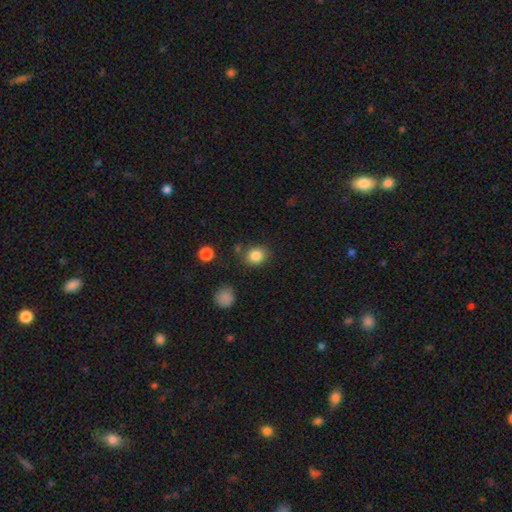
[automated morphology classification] smooth_or_featured: smooth (p=0.84) [alt: star or artifact p=0.10]
how_rounded: round (p=0.73) [alt: in between p=0.26]
merging: none (p=0.79) [alt: minor disturbance p=0.12]